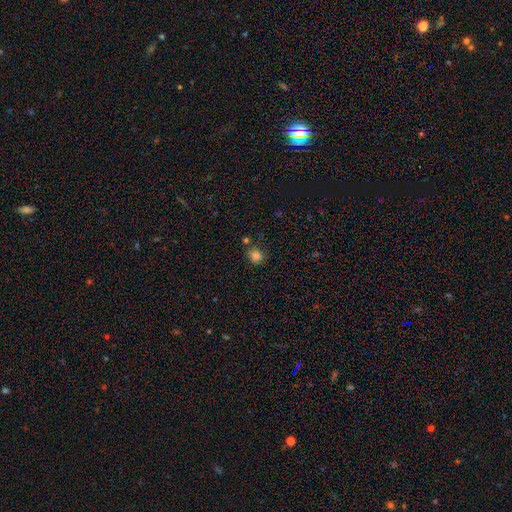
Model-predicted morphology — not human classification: Smooth or featured?
  - smooth: 83% *
  - star or artifact: 13%
  - featured or disk: 4%
How rounded?
  - round: 80% *
  - in between: 19%
  - cigar-shaped: 1%
Merging?
  - none: 75% *
  - minor disturbance: 14%
  - merger: 8%
  - major disturbance: 4%